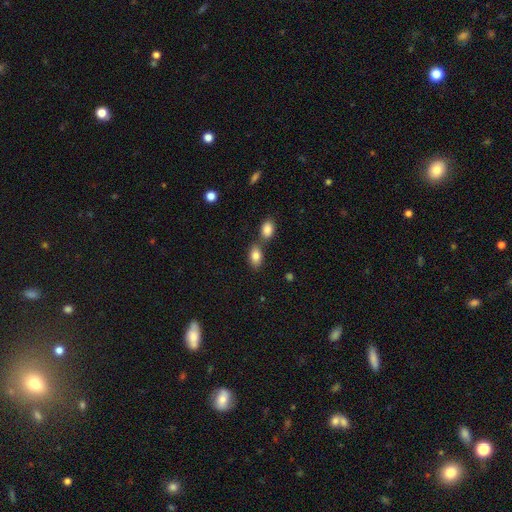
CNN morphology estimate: This is clearly a smooth galaxy (84%). How rounded: clearly in between (90%). Merging: possibly none (56%).